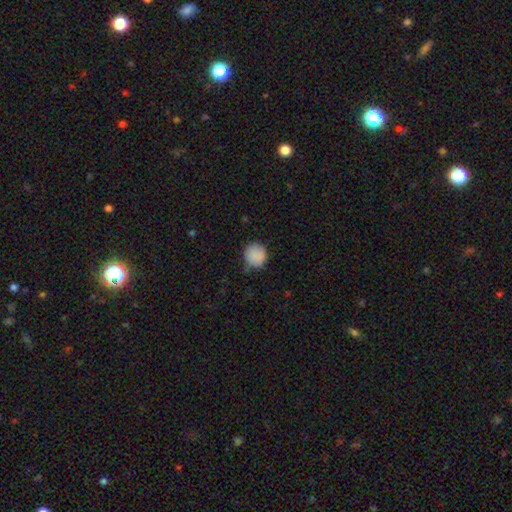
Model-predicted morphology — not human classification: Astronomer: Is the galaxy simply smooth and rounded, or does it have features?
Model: smooth — 87%.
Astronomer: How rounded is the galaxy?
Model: round — 91%.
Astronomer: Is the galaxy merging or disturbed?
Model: none — 78%.